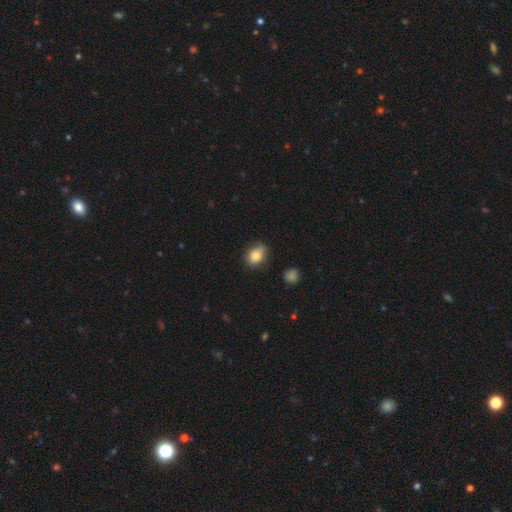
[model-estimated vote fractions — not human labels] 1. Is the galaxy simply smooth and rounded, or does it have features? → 82% smooth, 9% star or artifact, 9% featured or disk.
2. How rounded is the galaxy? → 63% in between, 35% round, 1% cigar-shaped.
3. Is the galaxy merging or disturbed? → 72% none, 23% minor disturbance, 4% major disturbance, 2% merger.